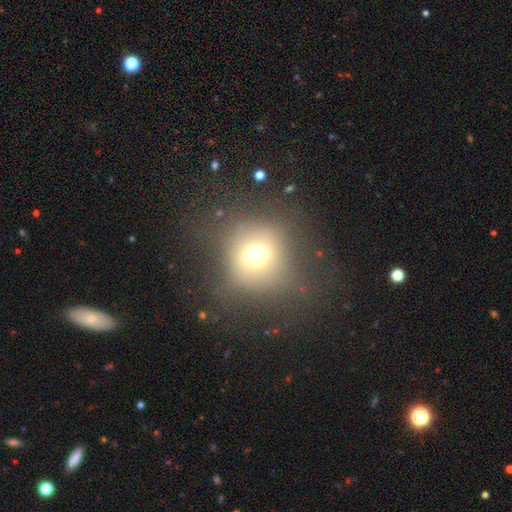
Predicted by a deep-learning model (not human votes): A smooth galaxy with no disk features (63%) that is round (87%). Merging: none (65%).